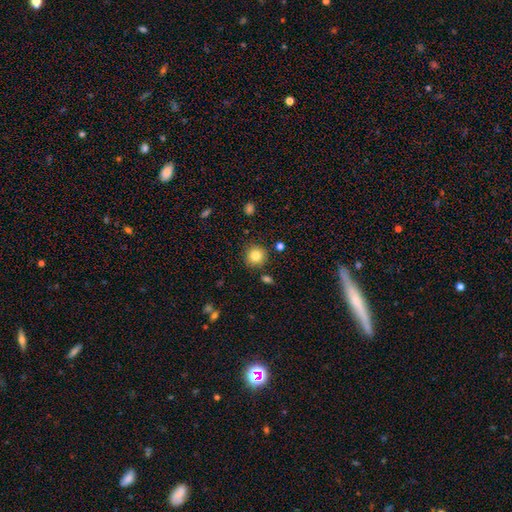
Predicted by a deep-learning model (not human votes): Smooth or featured: smooth — 82% (star or artifact — 10%)
How rounded: round — 92% (in between — 7%)
Merging: none — 85% (minor disturbance — 9%)